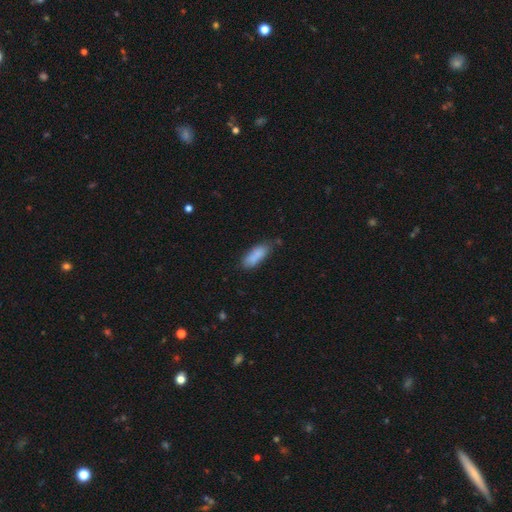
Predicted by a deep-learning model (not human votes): This is clearly a smooth galaxy (83%). How rounded: likely in between (70%). Merging: likely none (63%).